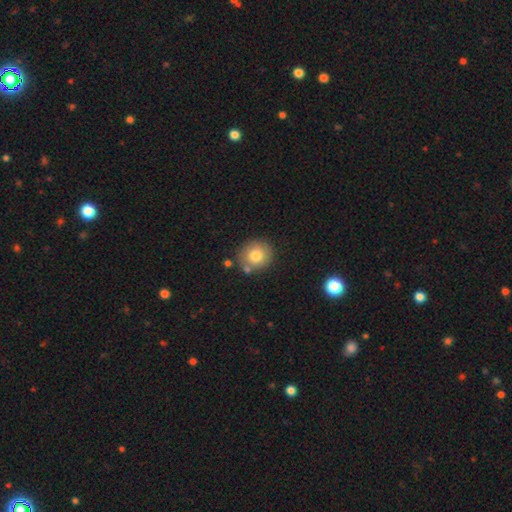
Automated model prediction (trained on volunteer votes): Q: Smooth or featured?
A: smooth (77%); runner-up: featured or disk (13%)
Q: How rounded?
A: round (86%); runner-up: in between (13%)
Q: Merging?
A: none (77%); runner-up: minor disturbance (11%)